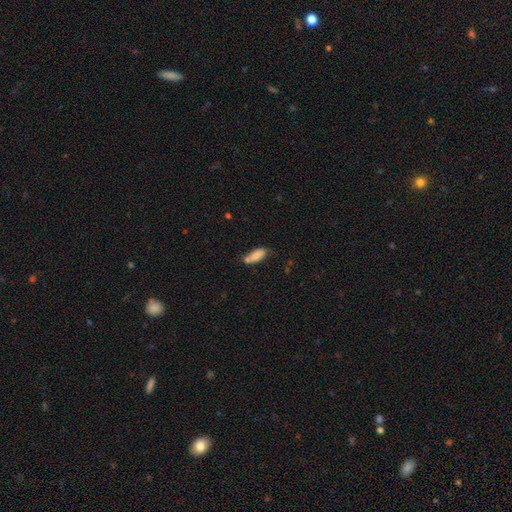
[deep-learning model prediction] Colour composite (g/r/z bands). It shows a smooth galaxy with no disk features (79%) that is in between round and cigar-shaped (77%). Merging: none (43%).